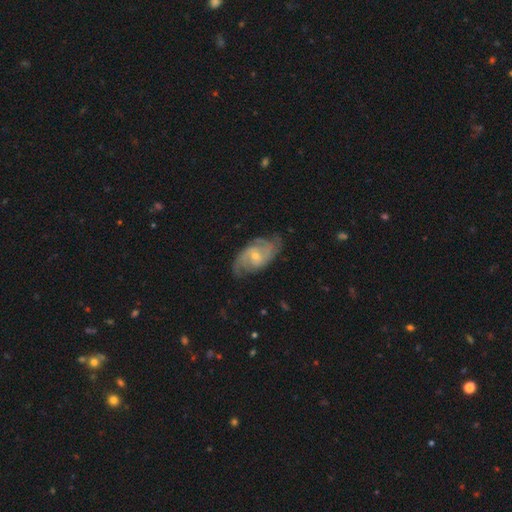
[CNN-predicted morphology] A featured or disk galaxy (86%) with no bar (51%), 2 (59%) medium (45%) spiral arms (97%) and a small central bulge (59%). Merging: none (75%).